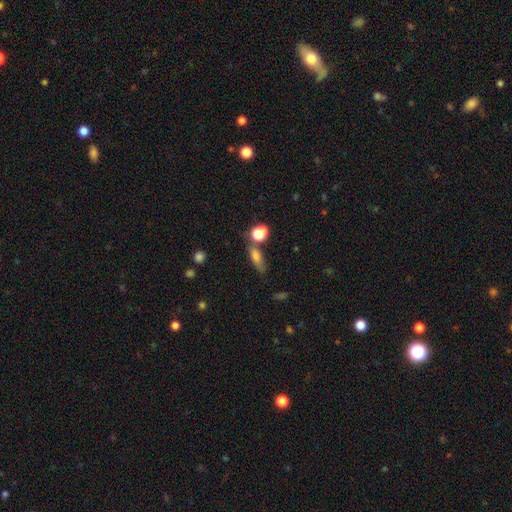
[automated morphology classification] This appears to be a smooth galaxy with no disk features (73%) that is in between round and cigar-shaped (53%). Merging: none (47%).